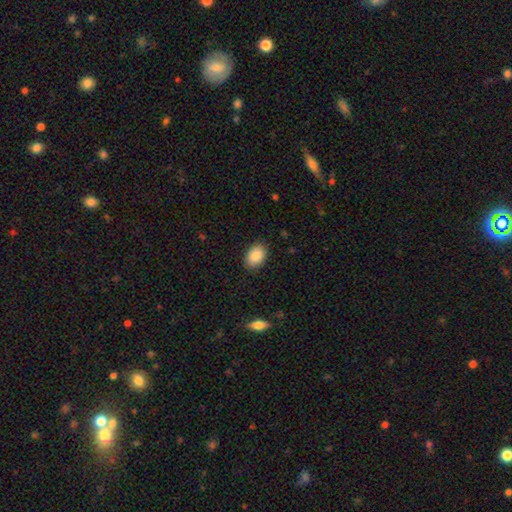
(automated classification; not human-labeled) Smooth or featured? smooth (88%)
How rounded? in between (83%)
Merging? none (87%)